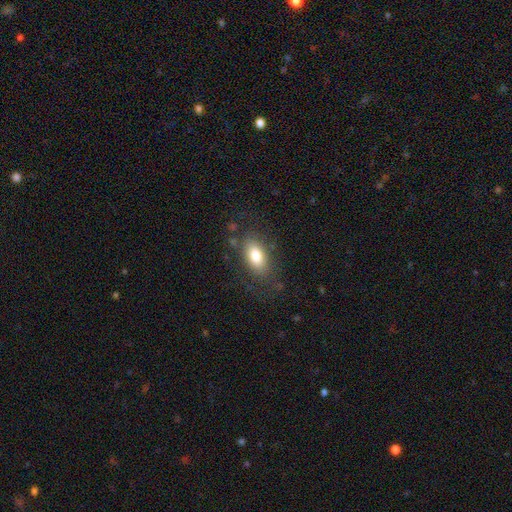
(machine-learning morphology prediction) smooth_or_featured: smooth (p=0.76) [alt: featured or disk p=0.16]
how_rounded: in between (p=0.89) [alt: round p=0.06]
merging: none (p=0.75) [alt: minor disturbance p=0.15]